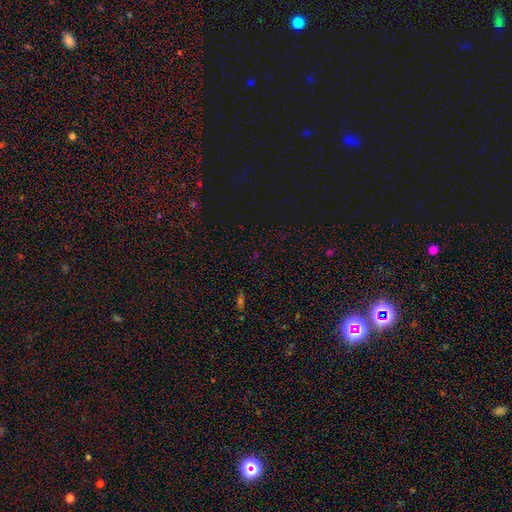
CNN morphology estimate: smooth_or_featured: star or artifact (p=0.67) [alt: smooth p=0.24]